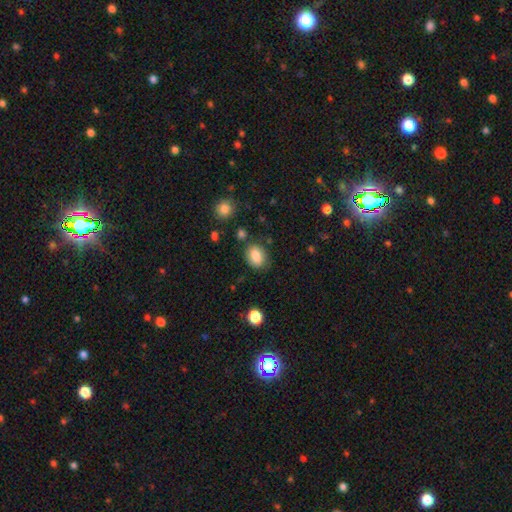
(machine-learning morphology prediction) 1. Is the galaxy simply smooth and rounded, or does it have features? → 83% smooth, 8% star or artifact, 8% featured or disk.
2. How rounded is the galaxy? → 72% in between, 27% round, 1% cigar-shaped.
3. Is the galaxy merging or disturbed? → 77% none, 14% minor disturbance, 4% major disturbance, 4% merger.